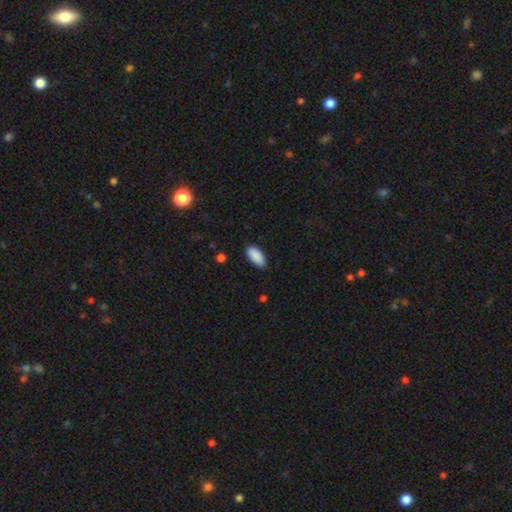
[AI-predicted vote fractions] A smooth galaxy with no disk features (90%) that is in between round and cigar-shaped (93%). Merging: none (84%).